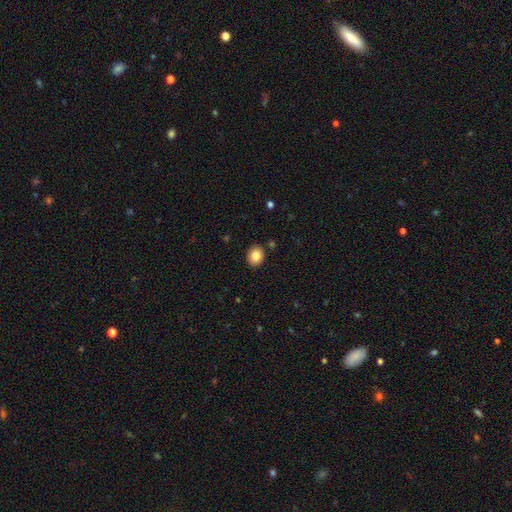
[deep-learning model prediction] Overall: smooth (84%). How rounded: round (57%; in between 43%). Merging: none (89%).